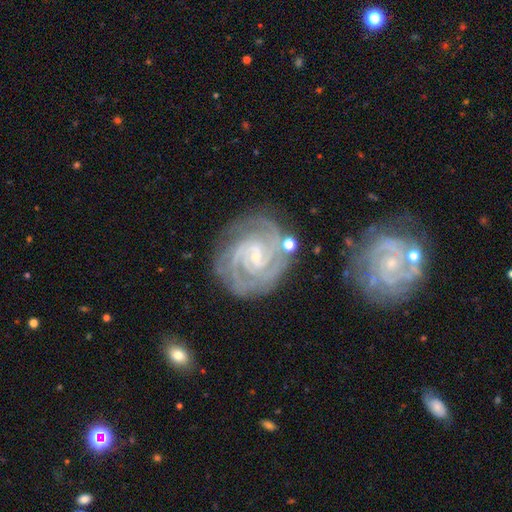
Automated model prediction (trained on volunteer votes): Morphology: type=featured or disk (91%); edge-on=no (98%); bar=weak (43%); spiral arms=yes (98%); winding=tight (74%); arm count=3 (31%); bulge=small (82%); merging=none (74%).